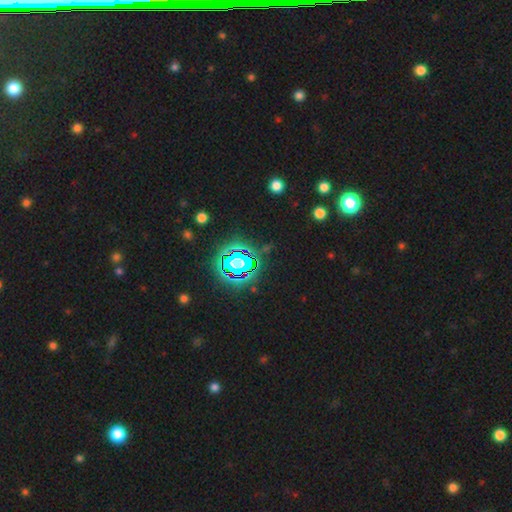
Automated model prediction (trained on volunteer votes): Smooth or featured? Predicted: star or artifact (p=0.82).